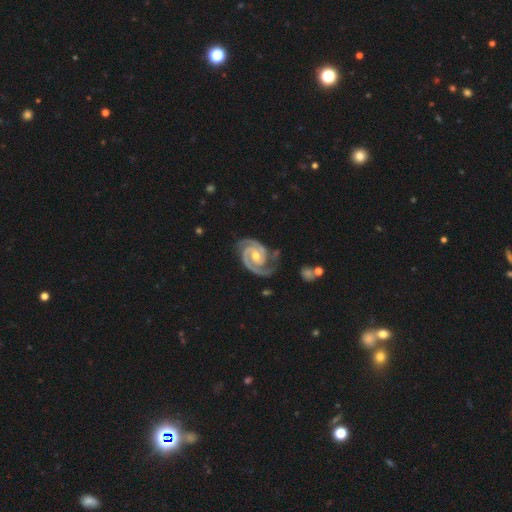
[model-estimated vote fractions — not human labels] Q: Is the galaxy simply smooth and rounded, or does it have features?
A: featured or disk — 93%.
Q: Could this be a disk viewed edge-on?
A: no — 98%.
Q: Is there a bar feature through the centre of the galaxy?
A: no — 48%.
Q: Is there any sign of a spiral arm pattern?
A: yes — 99%.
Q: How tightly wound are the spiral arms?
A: tight — 66%.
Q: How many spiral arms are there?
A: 2 — 90%.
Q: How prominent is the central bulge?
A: moderate — 67%.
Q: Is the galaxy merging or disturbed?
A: none — 73%.